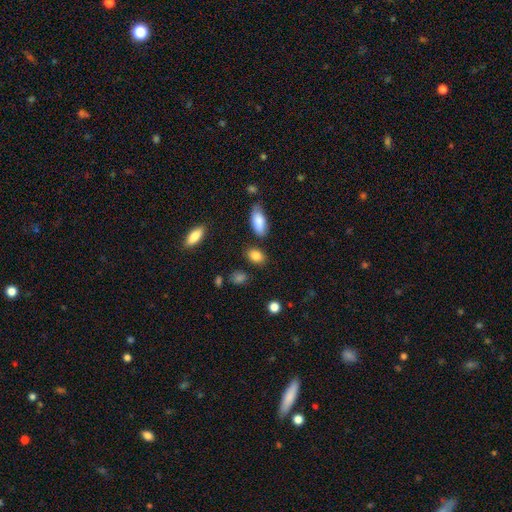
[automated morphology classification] Q: Smooth or featured?
A: smooth (86%); runner-up: star or artifact (9%)
Q: How rounded?
A: in between (76%); runner-up: round (21%)
Q: Merging?
A: none (79%); runner-up: minor disturbance (13%)